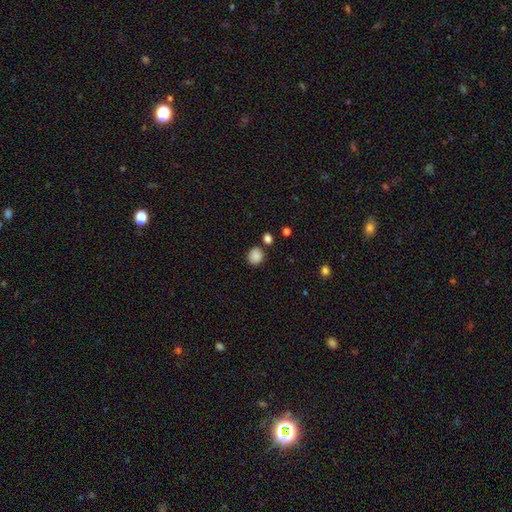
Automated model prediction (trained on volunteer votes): Smooth or featured?
  - smooth: 86% *
  - star or artifact: 10%
  - featured or disk: 4%
How rounded?
  - round: 79% *
  - in between: 20%
  - cigar-shaped: 1%
Merging?
  - none: 77% *
  - minor disturbance: 12%
  - merger: 8%
  - major disturbance: 3%